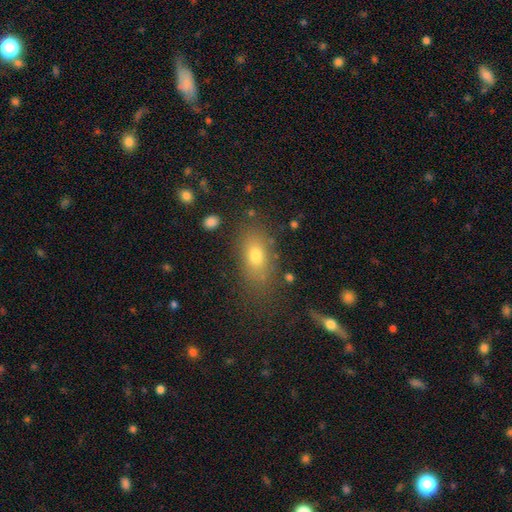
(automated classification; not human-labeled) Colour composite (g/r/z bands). It shows a smooth galaxy with no disk features (72%) that is in between round and cigar-shaped (82%). Merging: none (75%).